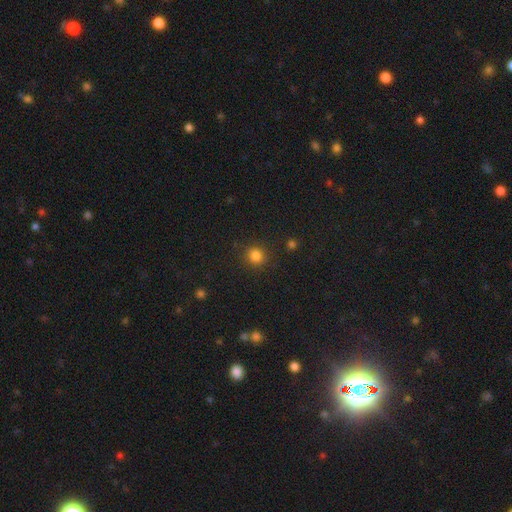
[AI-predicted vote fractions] Q: Smooth or featured?
A: smooth (83%); runner-up: star or artifact (13%)
Q: How rounded?
A: round (90%); runner-up: in between (9%)
Q: Merging?
A: none (88%); runner-up: minor disturbance (7%)